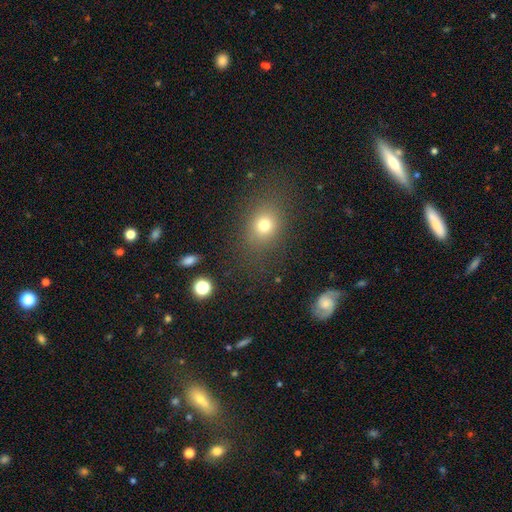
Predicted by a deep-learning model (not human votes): Smooth or featured: smooth — 59% (star or artifact — 30%)
How rounded: in between — 52% (round — 45%)
Merging: none — 85% (minor disturbance — 9%)